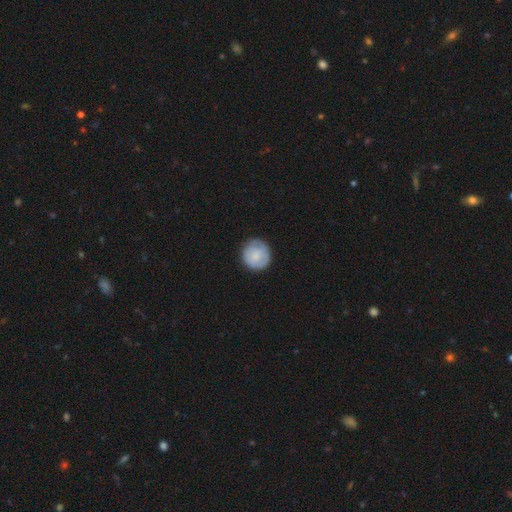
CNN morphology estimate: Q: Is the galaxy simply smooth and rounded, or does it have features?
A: smooth — 73%.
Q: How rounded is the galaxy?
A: round — 92%.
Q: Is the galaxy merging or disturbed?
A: none — 80%.